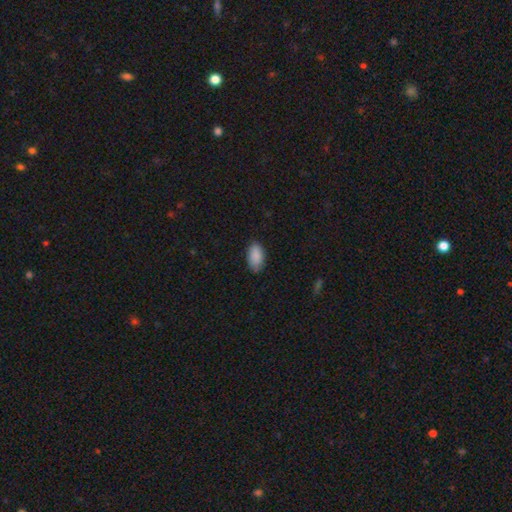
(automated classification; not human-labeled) Smooth or featured? Predicted: smooth (p=0.89). How rounded? Predicted: in between (p=0.94). Merging? Predicted: none (p=0.79).